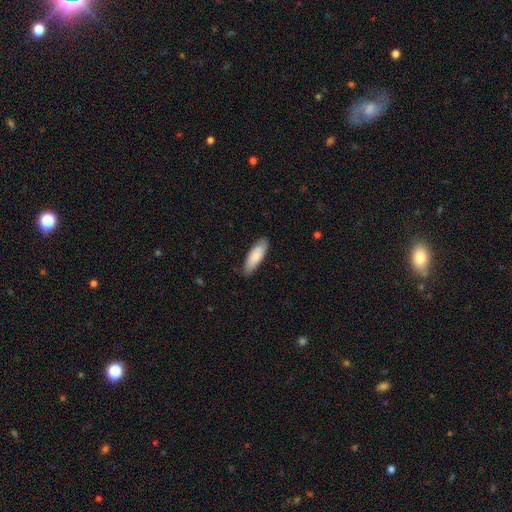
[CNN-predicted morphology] This is clearly a smooth galaxy (80%). How rounded: possibly in between (58%). Merging: clearly none (81%).